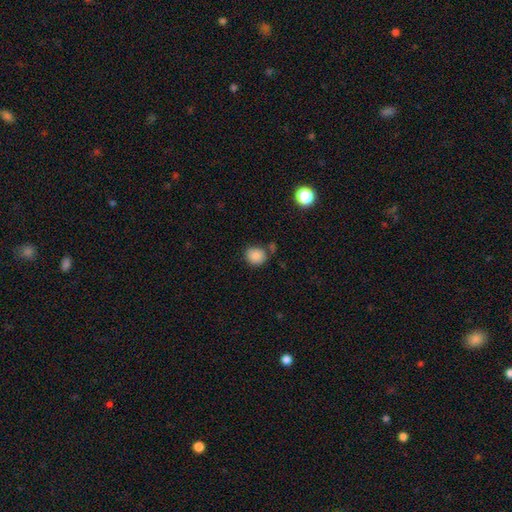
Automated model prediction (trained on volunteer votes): Smooth or featured?
  - smooth: 86% *
  - star or artifact: 10%
  - featured or disk: 4%
How rounded?
  - round: 77% *
  - in between: 22%
  - cigar-shaped: 1%
Merging?
  - none: 70% *
  - minor disturbance: 17%
  - merger: 9%
  - major disturbance: 4%